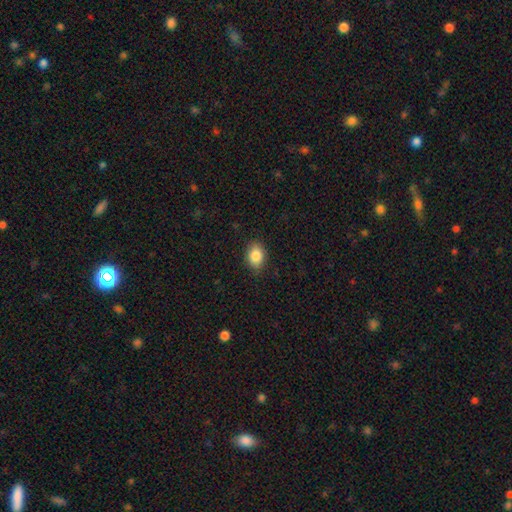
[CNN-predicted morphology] smooth-or-featured: smooth: 86% | star or artifact: 8% | featured or disk: 6%
  how-rounded: in between: 74% | round: 24% | cigar-shaped: 1%
  merging: none: 87% | minor disturbance: 10% | major disturbance: 2% | merger: 1%